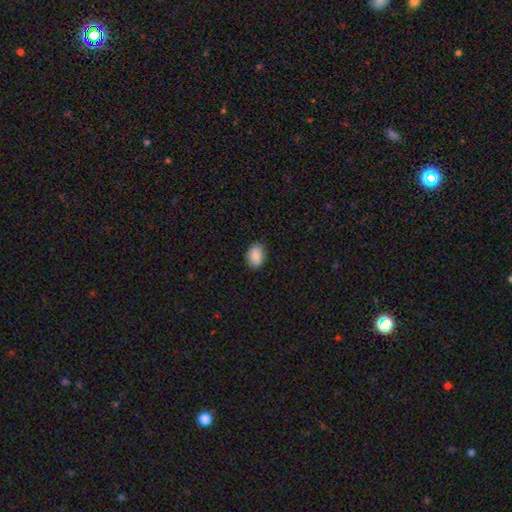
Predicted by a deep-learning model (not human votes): smooth-or-featured: smooth: 88% | star or artifact: 7% | featured or disk: 5%
  how-rounded: in between: 82% | round: 16% | cigar-shaped: 1%
  merging: none: 84% | minor disturbance: 13% | major disturbance: 2% | merger: 1%